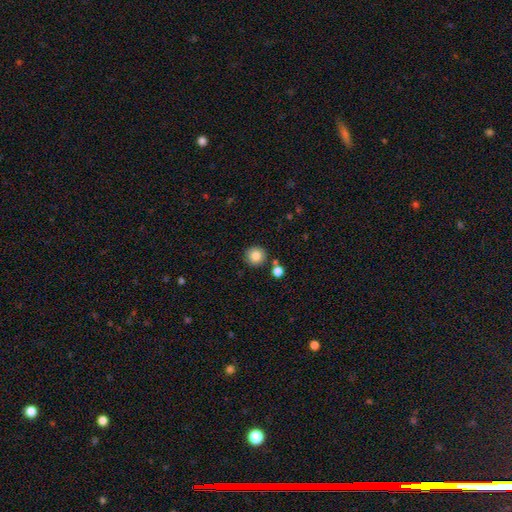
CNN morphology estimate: This is clearly a smooth galaxy (85%). How rounded: clearly round (94%). Merging: clearly none (85%).